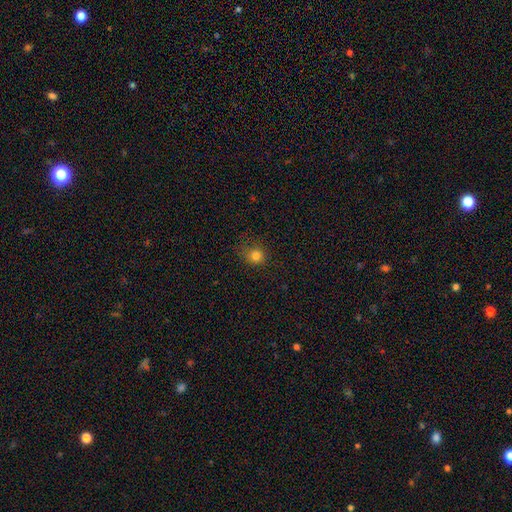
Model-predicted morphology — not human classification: smooth-or-featured: smooth: 79% | star or artifact: 15% | featured or disk: 5%
  how-rounded: round: 85% | in between: 14% | cigar-shaped: 1%
  merging: none: 74% | minor disturbance: 18% | major disturbance: 7% | merger: 1%